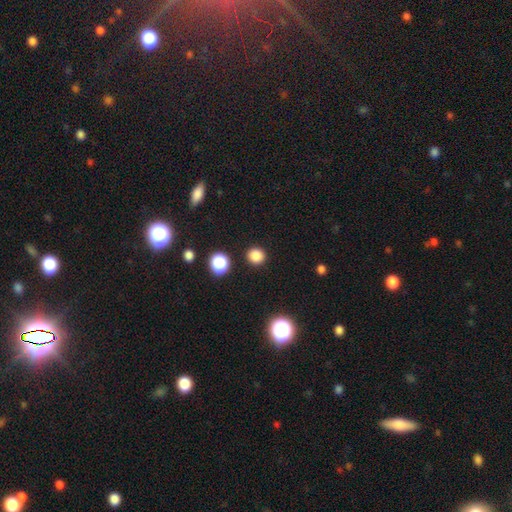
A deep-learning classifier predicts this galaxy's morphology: Overall: smooth (84%). How rounded: round (88%). Merging: none (91%).